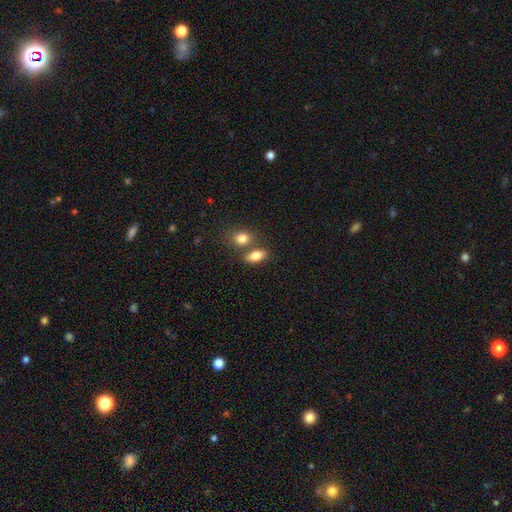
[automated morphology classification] Smooth or featured? Predicted: smooth (p=0.82). How rounded? Predicted: in between (p=0.83). Merging? Predicted: none (p=0.56).